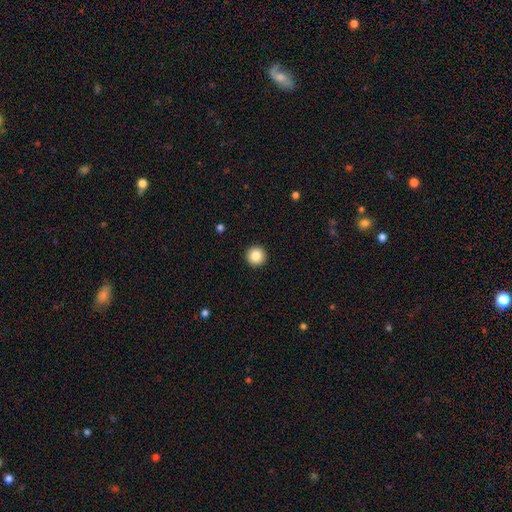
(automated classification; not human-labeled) Smooth or featured?
  - smooth: 86% *
  - star or artifact: 9%
  - featured or disk: 5%
How rounded?
  - round: 96% *
  - in between: 3%
  - cigar-shaped: 1%
Merging?
  - none: 94% *
  - minor disturbance: 4%
  - major disturbance: 1%
  - merger: 1%